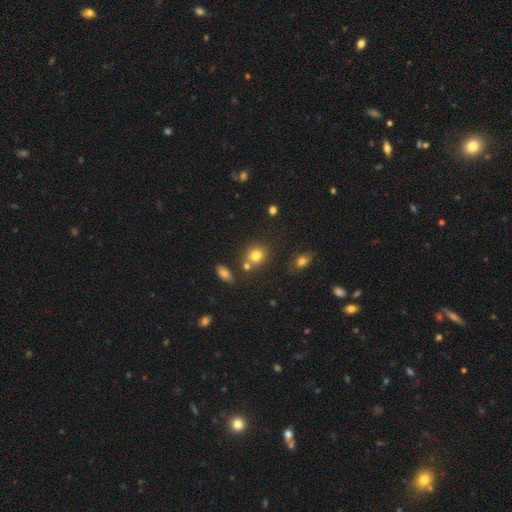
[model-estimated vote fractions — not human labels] smooth-or-featured: smooth: 77% | star or artifact: 13% | featured or disk: 10%
  how-rounded: round: 76% | in between: 23% | cigar-shaped: 1%
  merging: none: 67% | merger: 17% | minor disturbance: 12% | major disturbance: 4%